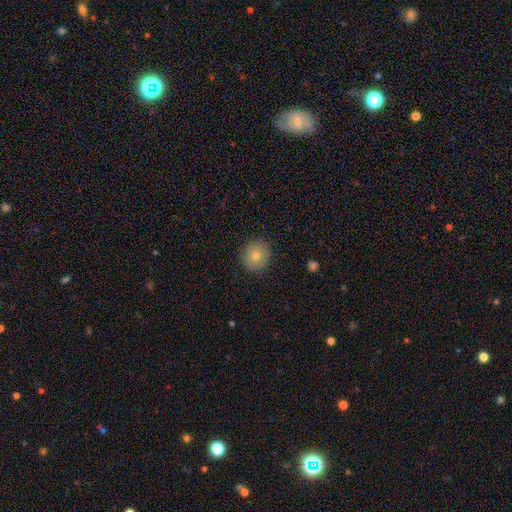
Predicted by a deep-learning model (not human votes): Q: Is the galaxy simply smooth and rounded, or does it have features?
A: smooth — 76%.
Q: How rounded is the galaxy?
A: round — 88%.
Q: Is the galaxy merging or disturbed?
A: none — 90%.